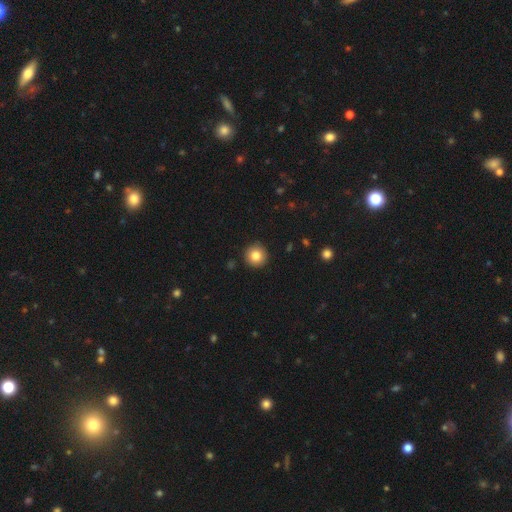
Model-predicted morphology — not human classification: type=smooth (84%); roundness=round (95%); merging=none (92%).